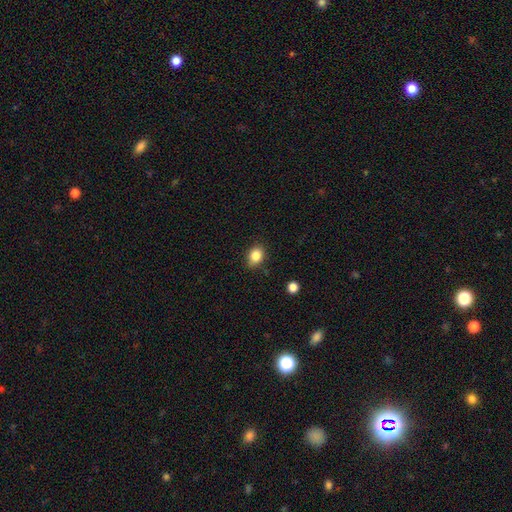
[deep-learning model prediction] Smooth or featured? smooth (85%)
How rounded? in between (58%)
Merging? none (83%)